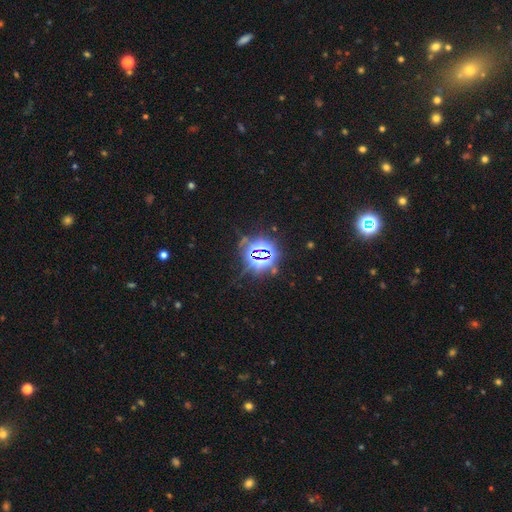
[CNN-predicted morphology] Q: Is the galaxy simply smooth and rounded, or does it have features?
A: star or artifact — 80%.